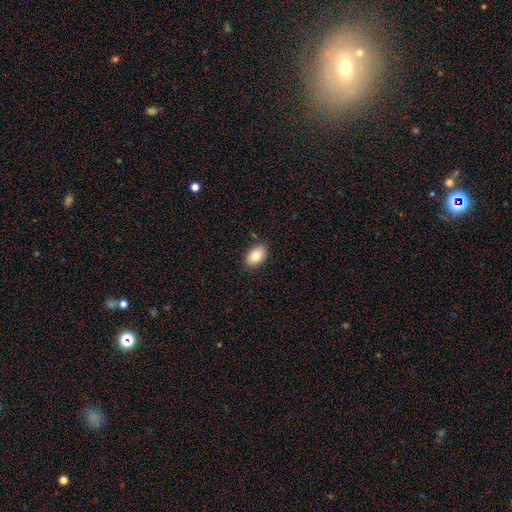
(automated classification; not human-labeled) Smooth or featured? smooth (84%)
How rounded? in between (89%)
Merging? none (85%)